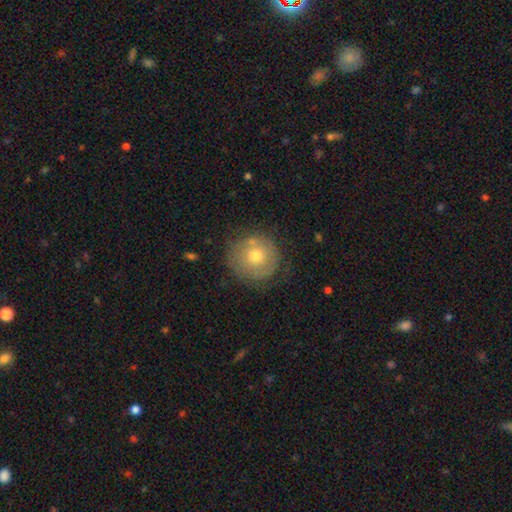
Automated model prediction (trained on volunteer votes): The model was most divided on "smooth or featured": smooth: 62%, featured or disk: 29%, star or artifact: 9%. More confident: how rounded — round (93%); merging — none (74%).